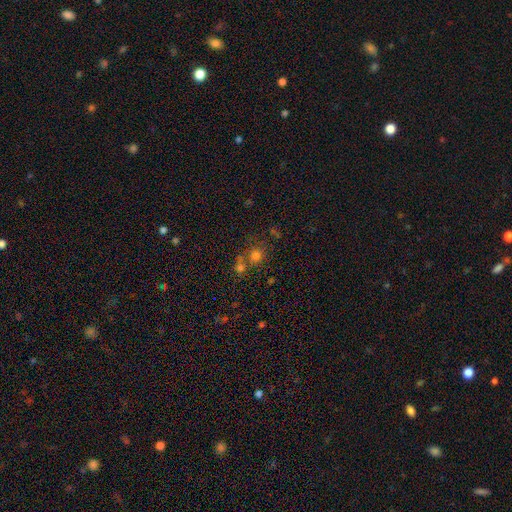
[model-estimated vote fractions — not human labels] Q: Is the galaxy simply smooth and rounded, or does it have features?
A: smooth — 64%.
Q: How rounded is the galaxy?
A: round — 83%.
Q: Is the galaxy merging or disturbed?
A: none — 53%.